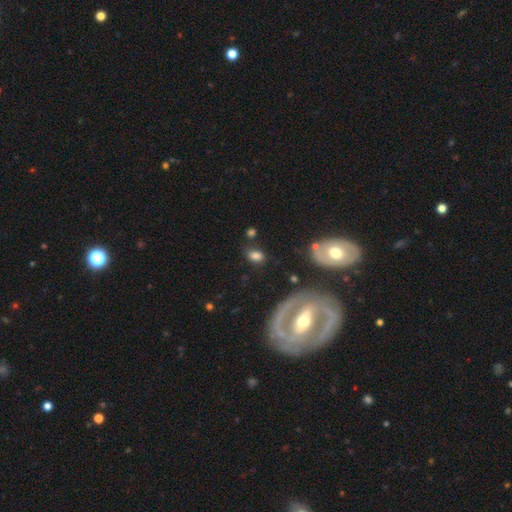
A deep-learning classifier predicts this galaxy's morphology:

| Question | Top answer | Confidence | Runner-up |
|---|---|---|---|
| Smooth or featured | smooth | 75% | featured or disk (14%) |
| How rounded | in between | 77% | round (21%) |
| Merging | none | 72% | minor disturbance (15%) |